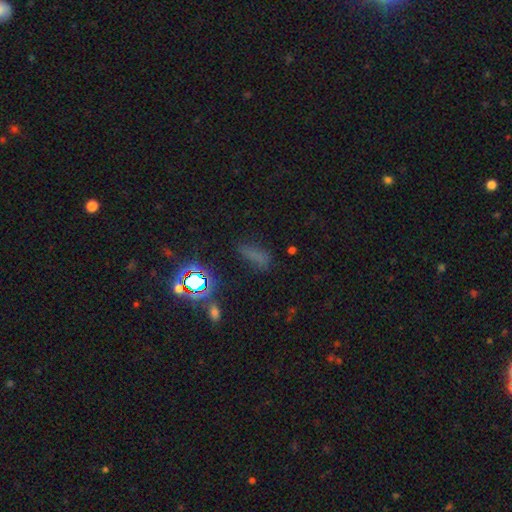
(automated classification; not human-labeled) Morphology: type=smooth (51%); roundness=in between (46%); merging=none (61%).